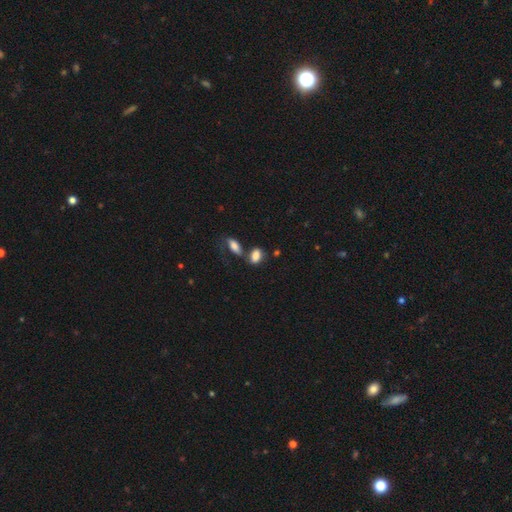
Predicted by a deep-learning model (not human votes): The model was most divided on "merging": none: 49%, merger: 30%, minor disturbance: 15%, major disturbance: 6%. More confident: how rounded — in between (85%); smooth or featured — smooth (82%).